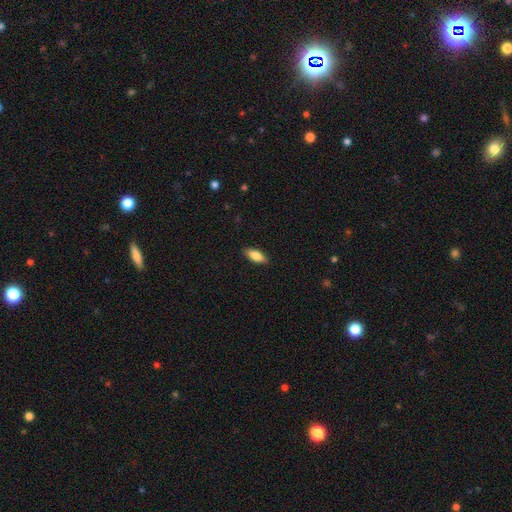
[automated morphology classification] smooth 83%, featured or disk 11%, star or artifact 6%. Down the decision tree: how rounded — in between (76%); merging — none (89%).